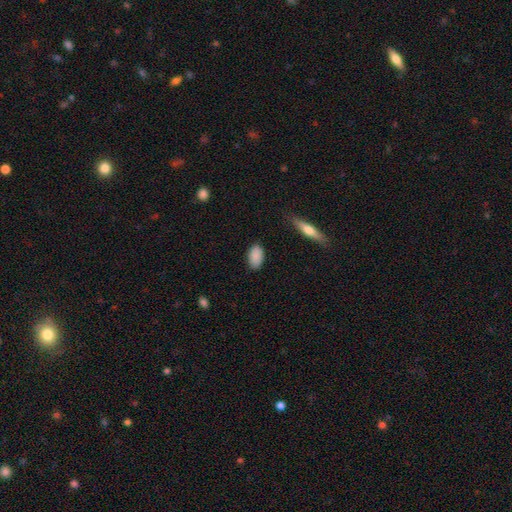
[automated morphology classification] smooth-or-featured: smooth: 88% | star or artifact: 7% | featured or disk: 5%
  how-rounded: in between: 93% | round: 5% | cigar-shaped: 3%
  merging: none: 84% | minor disturbance: 12% | major disturbance: 3% | merger: 1%